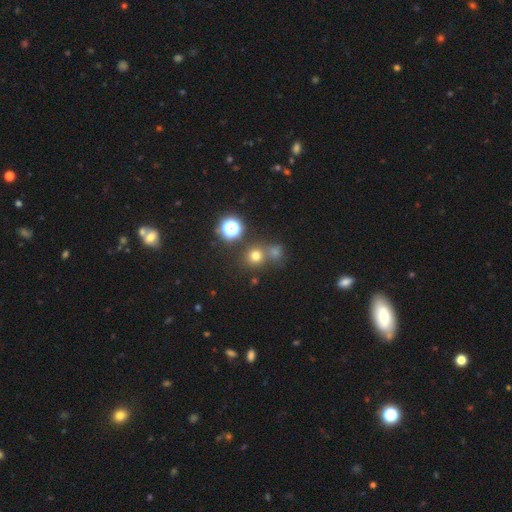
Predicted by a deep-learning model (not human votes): This appears to be a smooth galaxy with no disk features (69%) that is round (89%). Merging: none (68%).